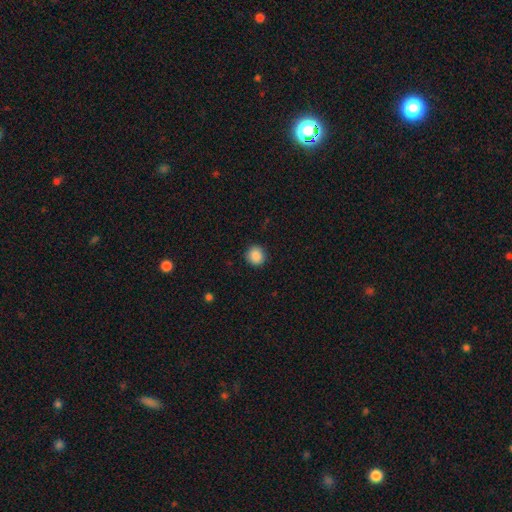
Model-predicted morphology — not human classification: A smooth galaxy with no disk features (88%) that is round (90%). Merging: none (90%).